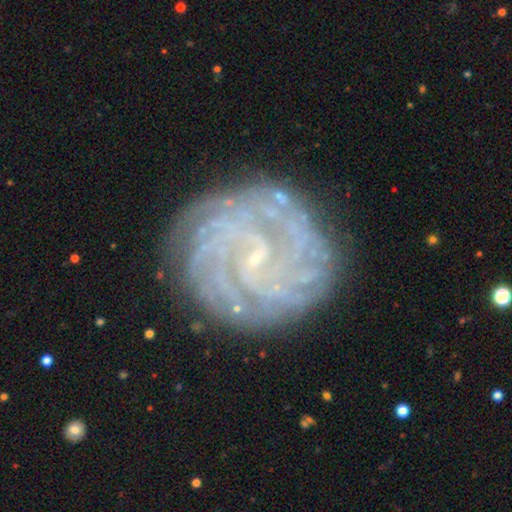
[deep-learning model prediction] A featured or disk galaxy (83%) with a weak bar (44%), tight (78%) spiral arms (96%) and a small central bulge (81%). Merging: none (84%).